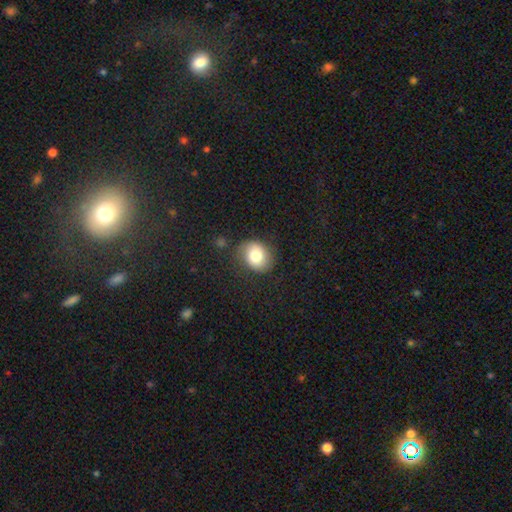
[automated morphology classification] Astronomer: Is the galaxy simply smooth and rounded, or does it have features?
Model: smooth — 76%.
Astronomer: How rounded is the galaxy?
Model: round — 55% (runner-up: in between, 44%).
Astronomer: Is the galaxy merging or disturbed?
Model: none — 73%.